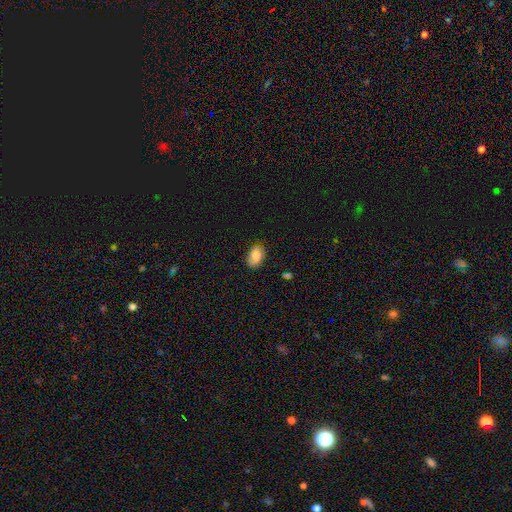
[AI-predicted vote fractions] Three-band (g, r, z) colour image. It shows a smooth galaxy with no disk features (74%) that is in between round and cigar-shaped (89%). Merging: none (79%).